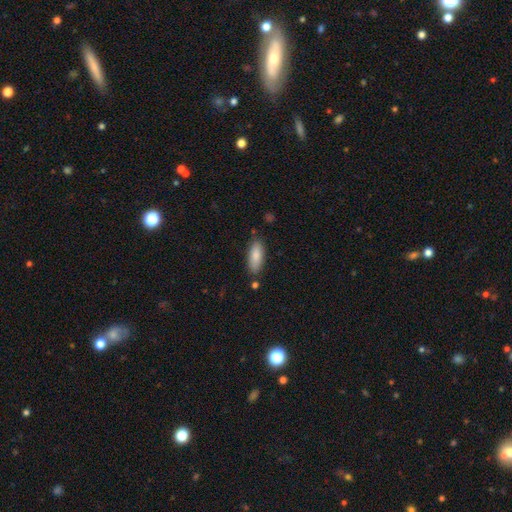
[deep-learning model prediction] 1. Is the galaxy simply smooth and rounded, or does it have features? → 85% smooth, 9% featured or disk, 6% star or artifact.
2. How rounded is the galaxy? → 74% in between, 24% cigar-shaped, 2% round.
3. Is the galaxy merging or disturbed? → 79% none, 14% minor disturbance, 4% merger, 3% major disturbance.